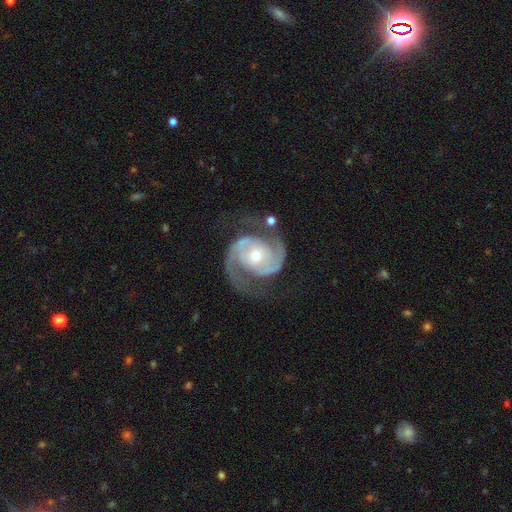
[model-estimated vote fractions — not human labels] This appears to be a featured or disk galaxy (93%) with no bar (59%), 2 (94%) medium (56%) spiral arms (98%) and a small central bulge (50%). Merging: none (77%).